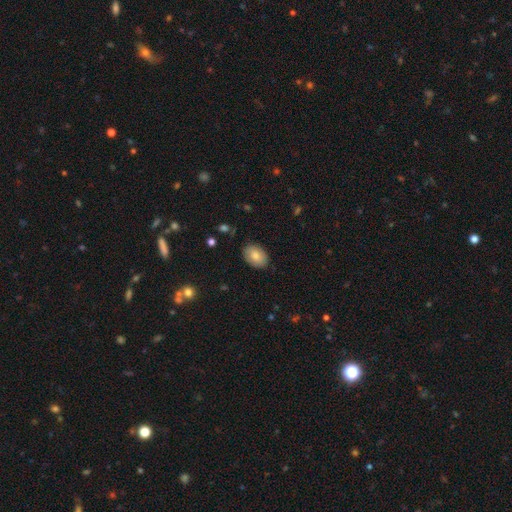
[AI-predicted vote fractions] smooth-or-featured: smooth: 83% | featured or disk: 11% | star or artifact: 7%
  how-rounded: in between: 83% | round: 16% | cigar-shaped: 1%
  merging: none: 86% | minor disturbance: 11% | major disturbance: 2% | merger: 1%